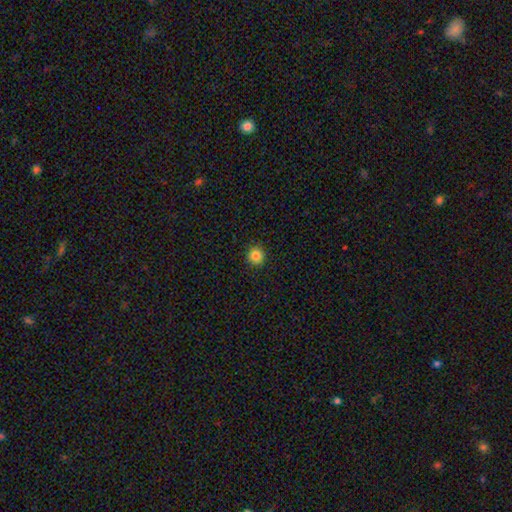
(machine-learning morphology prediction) A smooth galaxy with no disk features (85%) that is round (94%). Merging: none (92%).